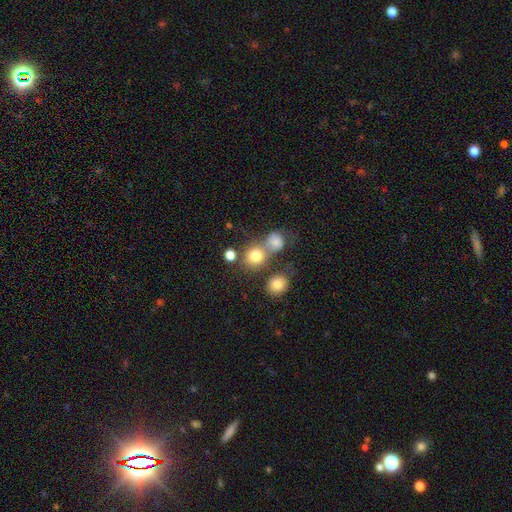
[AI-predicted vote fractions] A smooth galaxy with no disk features (78%) that is round (82%).

Vote fractions:
- Smooth or featured? smooth: 78% / star or artifact: 13% / featured or disk: 10%
- How rounded? round: 82% / in between: 17% / cigar-shaped: 1%
- Merging? none: 50% / merger: 34% / minor disturbance: 10% / major disturbance: 6%